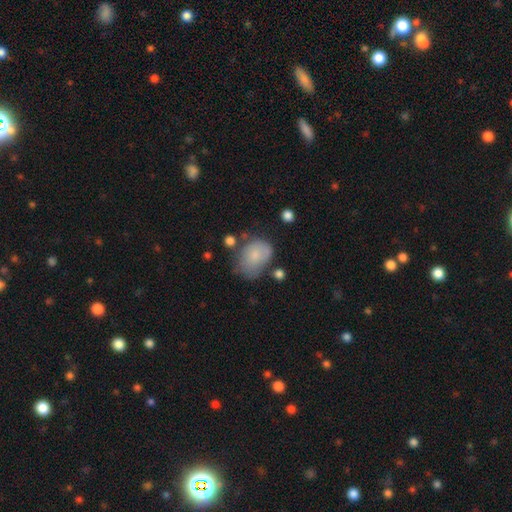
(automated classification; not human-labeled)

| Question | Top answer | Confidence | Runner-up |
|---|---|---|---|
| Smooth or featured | smooth | 74% | featured or disk (18%) |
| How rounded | in between | 60% | round (39%) |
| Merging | none | 43% | minor disturbance (32%) |